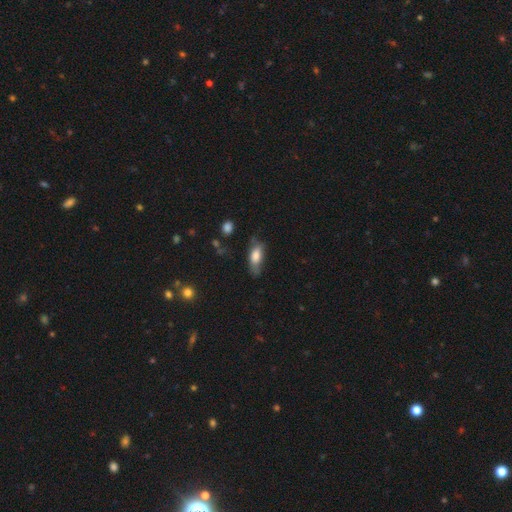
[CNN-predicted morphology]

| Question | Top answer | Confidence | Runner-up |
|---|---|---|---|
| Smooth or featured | smooth | 73% | featured or disk (19%) |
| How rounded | in between | 75% | cigar-shaped (21%) |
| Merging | none | 55% | minor disturbance (31%) |